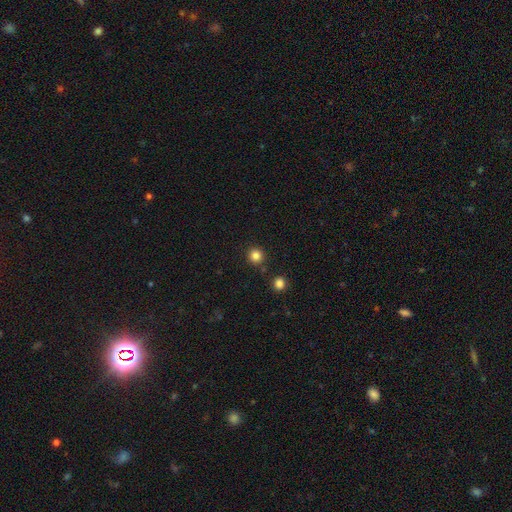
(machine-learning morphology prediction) smooth-or-featured: smooth: 84% | star or artifact: 13% | featured or disk: 4%
  how-rounded: round: 94% | in between: 5% | cigar-shaped: 1%
  merging: none: 87% | minor disturbance: 6% | merger: 4% | major disturbance: 2%